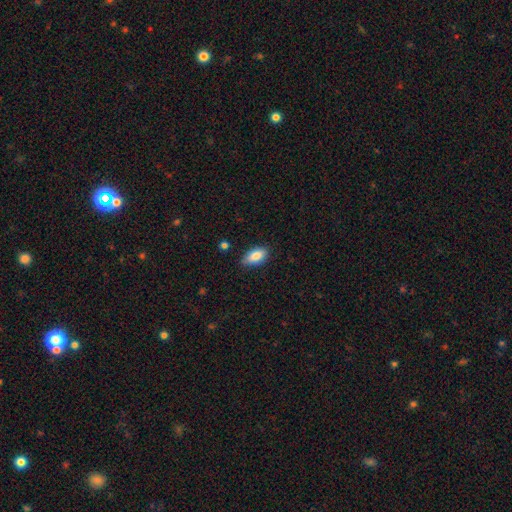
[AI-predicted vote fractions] A smooth galaxy with no disk features (84%) that is in between round and cigar-shaped (89%). Merging: none (81%).